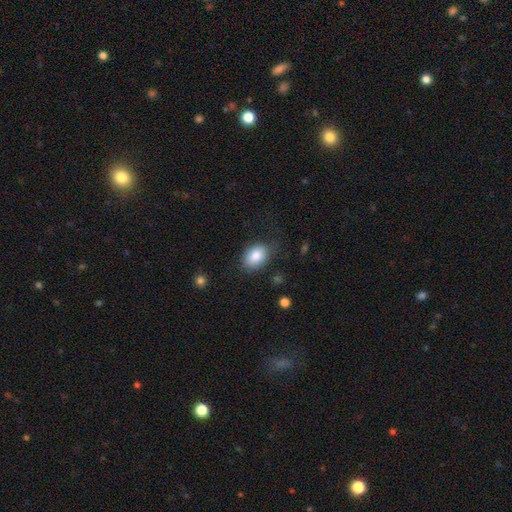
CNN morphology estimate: Smooth or featured: smooth — 84% (featured or disk — 8%)
How rounded: in between — 83% (round — 16%)
Merging: none — 72% (minor disturbance — 20%)